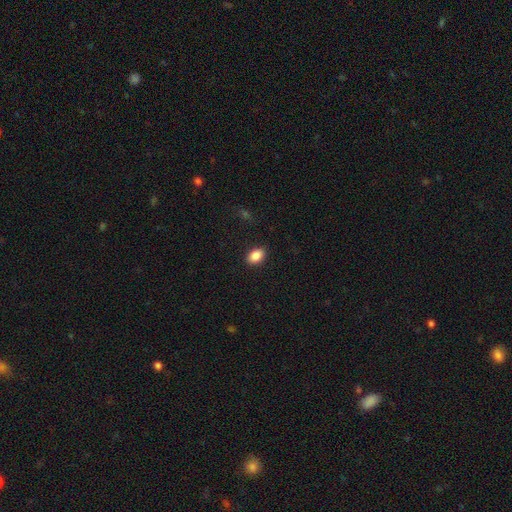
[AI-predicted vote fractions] Smooth or featured? smooth (88%)
How rounded? in between (86%)
Merging? none (89%)